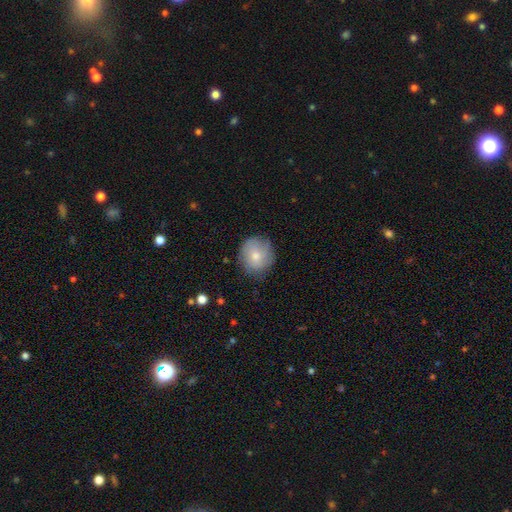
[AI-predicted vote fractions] smooth_or_featured: smooth (p=0.73) [alt: featured or disk p=0.20]
how_rounded: round (p=0.84) [alt: in between p=0.15]
merging: none (p=0.77) [alt: minor disturbance p=0.17]